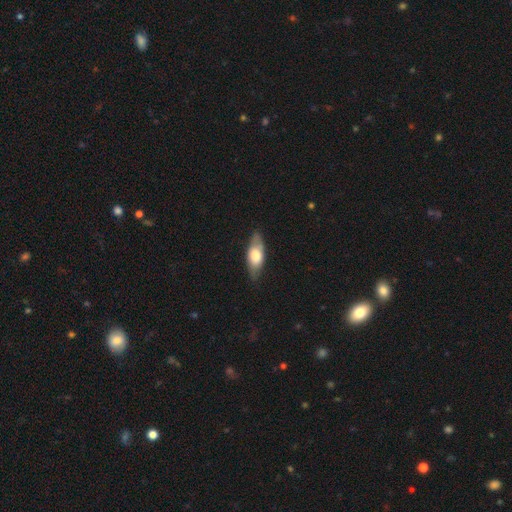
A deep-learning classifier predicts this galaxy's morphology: A smooth galaxy with no disk features (60%) that is in between round and cigar-shaped (73%).

Vote fractions:
- Smooth or featured? smooth: 60% / featured or disk: 34% / star or artifact: 6%
- How rounded? in between: 73% / cigar-shaped: 24% / round: 3%
- Merging? none: 78% / minor disturbance: 17% / major disturbance: 4% / merger: 1%